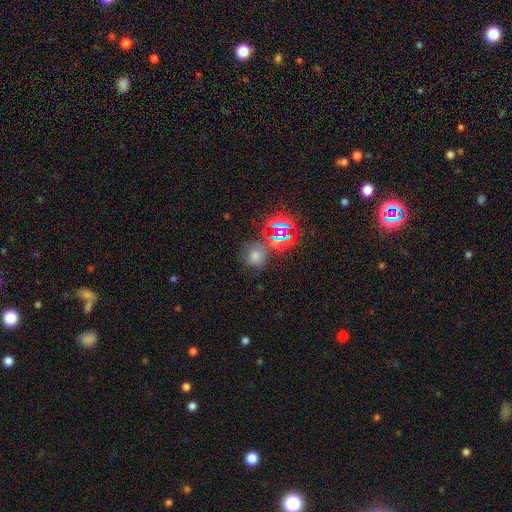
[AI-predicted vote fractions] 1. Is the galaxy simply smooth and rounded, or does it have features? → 48% star or artifact, 40% smooth, 12% featured or disk.